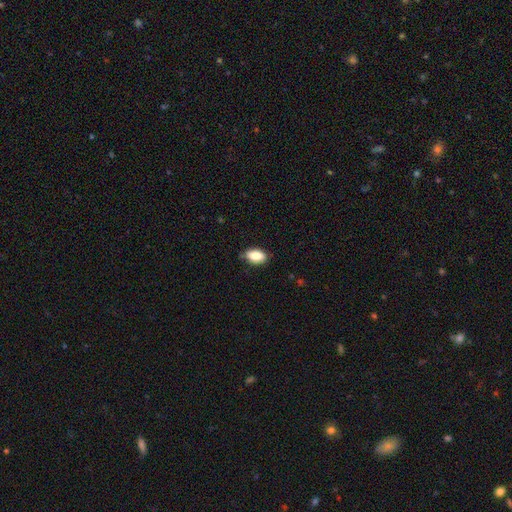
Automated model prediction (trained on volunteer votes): Morphology: type=smooth (87%); roundness=in between (91%); merging=none (80%).